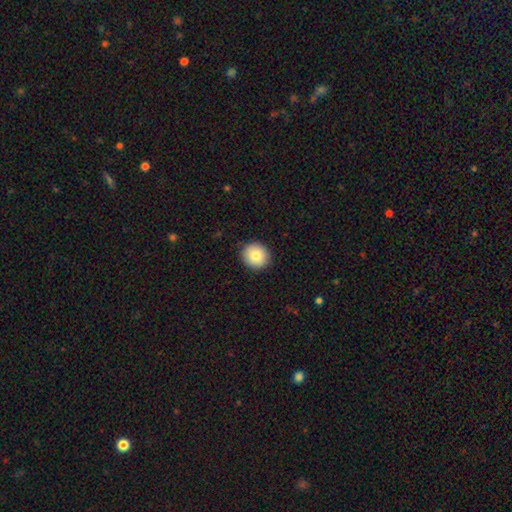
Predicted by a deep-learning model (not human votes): Smooth or featured: smooth — 82% (featured or disk — 10%)
How rounded: round — 89% (in between — 11%)
Merging: none — 91% (minor disturbance — 6%)